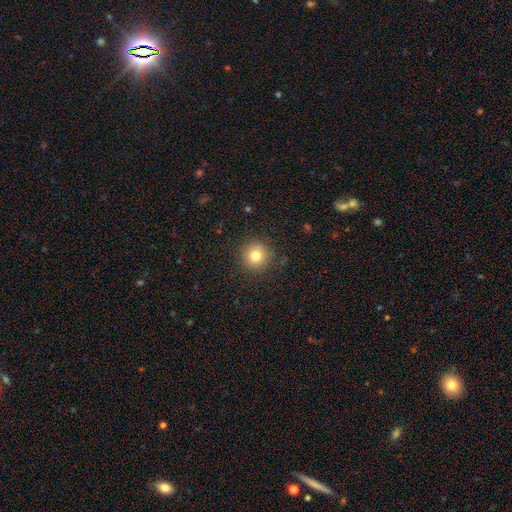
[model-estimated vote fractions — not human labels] This is likely a smooth galaxy (78%). How rounded: clearly round (95%). Merging: clearly none (89%).